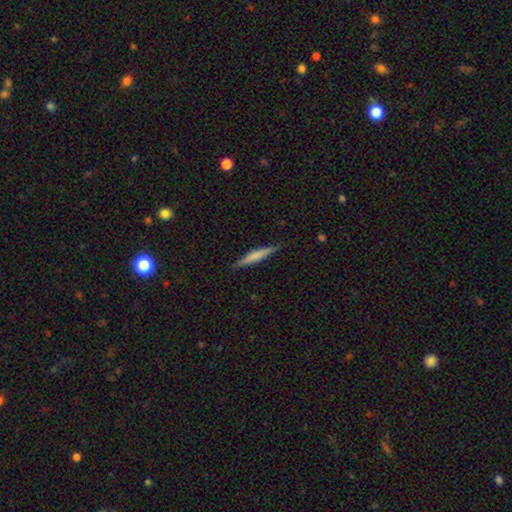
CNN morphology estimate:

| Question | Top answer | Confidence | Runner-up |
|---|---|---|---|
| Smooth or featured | smooth | 56% | featured or disk (38%) |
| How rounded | cigar-shaped | 92% | in between (6%) |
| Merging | none | 88% | minor disturbance (9%) |